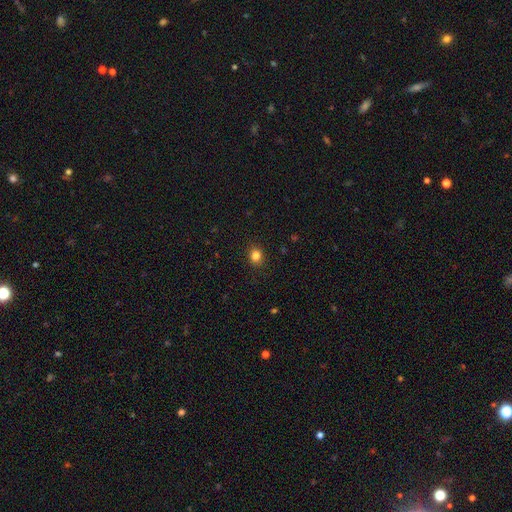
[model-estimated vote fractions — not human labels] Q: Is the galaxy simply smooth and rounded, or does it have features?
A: smooth — 83%.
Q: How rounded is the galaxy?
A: round — 75%.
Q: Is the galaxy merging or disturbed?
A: none — 89%.